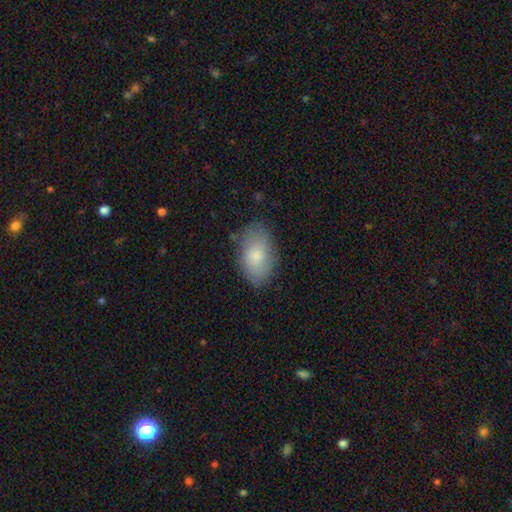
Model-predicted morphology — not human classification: Smooth or featured? smooth (72%)
How rounded? in between (91%)
Merging? none (78%)